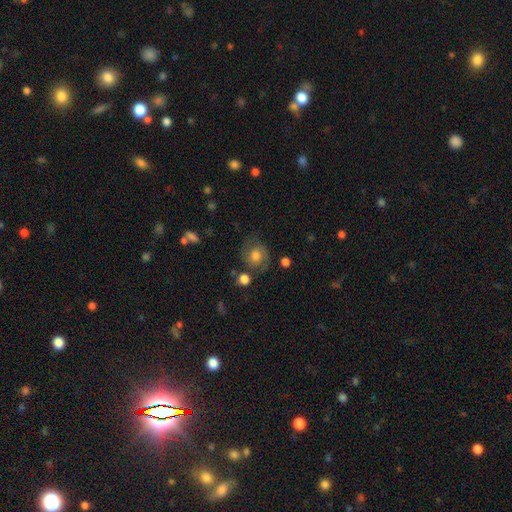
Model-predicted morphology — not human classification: A smooth galaxy with no disk features (54%) that is round (76%). Merging: none (68%).